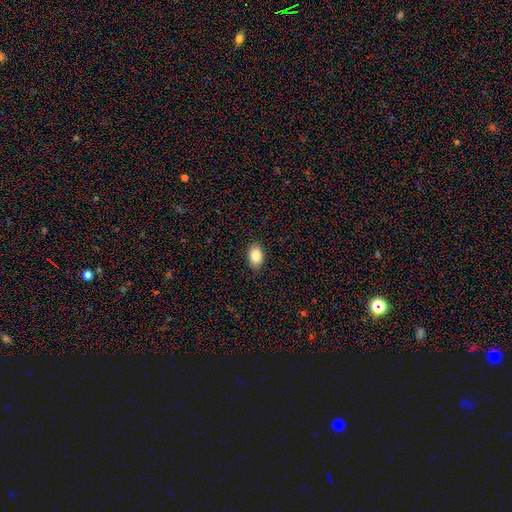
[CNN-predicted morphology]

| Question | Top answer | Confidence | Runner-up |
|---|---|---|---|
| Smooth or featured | smooth | 86% | star or artifact (8%) |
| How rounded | in between | 89% | round (10%) |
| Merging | none | 88% | minor disturbance (9%) |